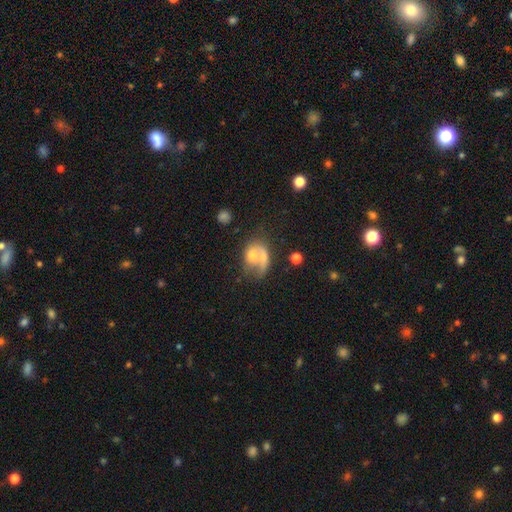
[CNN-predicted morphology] This is possibly a smooth galaxy (55%). How rounded: likely in between (60%). Merging: possibly merger (59%).